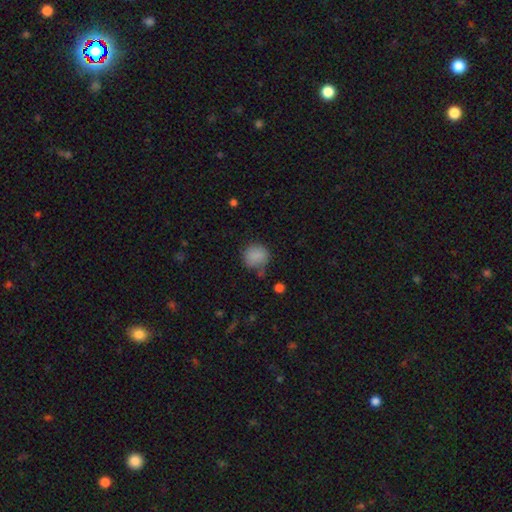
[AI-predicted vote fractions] Q: Smooth or featured?
A: smooth (85%); runner-up: star or artifact (9%)
Q: How rounded?
A: round (84%); runner-up: in between (15%)
Q: Merging?
A: none (64%); runner-up: minor disturbance (24%)